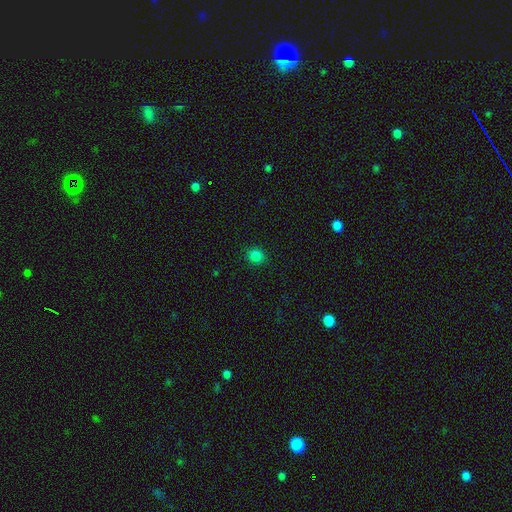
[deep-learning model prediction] This is clearly a smooth galaxy (82%). How rounded: clearly round (81%). Merging: clearly none (90%).